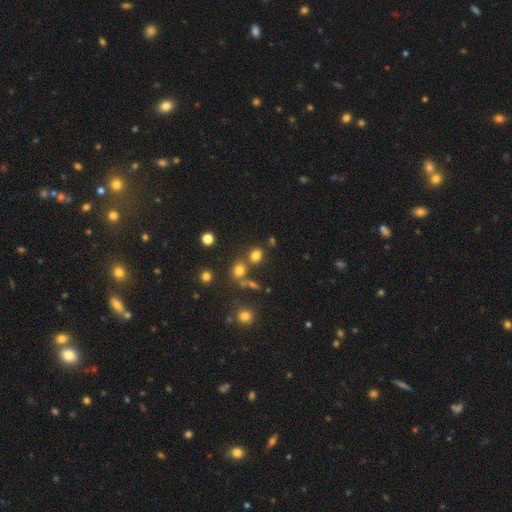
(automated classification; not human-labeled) A smooth galaxy with no disk features (75%) that is round (69%). Merging: none (68%).